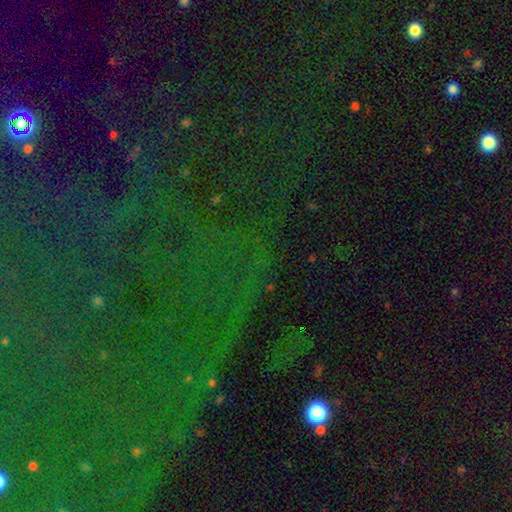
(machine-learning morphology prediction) Smooth or featured? Predicted: star or artifact (p=0.81).